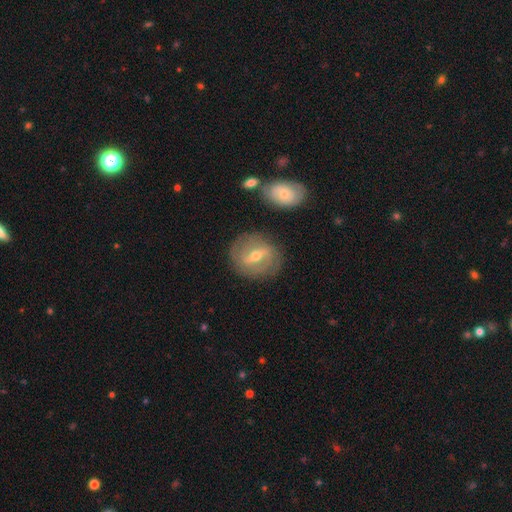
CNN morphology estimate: smooth-or-featured: featured or disk: 71% | smooth: 23% | star or artifact: 7%
  disk-edge-on: no: 92% | yes: 8%
    bar: strong: 44% | weak: 42% | no: 13%
    has-spiral-arms: yes: 72% | no: 28%
    bulge-size: moderate: 58% | small: 37% | large: 2% | none: 1% | dominant: 1%
  merging: none: 79% | minor disturbance: 12% | major disturbance: 5% | merger: 3%